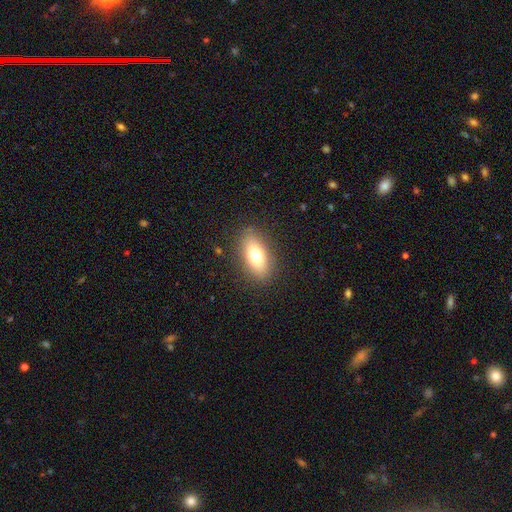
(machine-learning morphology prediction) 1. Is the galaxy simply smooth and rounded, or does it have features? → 72% smooth, 18% featured or disk, 9% star or artifact.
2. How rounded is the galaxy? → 83% in between, 10% cigar-shaped, 7% round.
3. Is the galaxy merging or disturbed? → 86% none, 10% minor disturbance, 3% major disturbance, 1% merger.